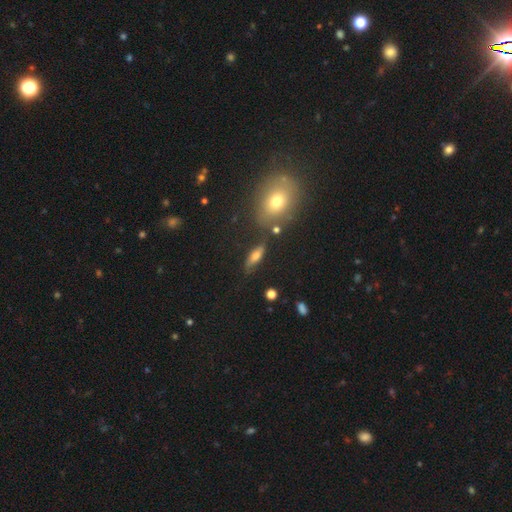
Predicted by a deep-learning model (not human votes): Overall: smooth (52%; featured or disk 37%). How rounded: in between (50%; cigar-shaped 44%). Merging: none (73%).